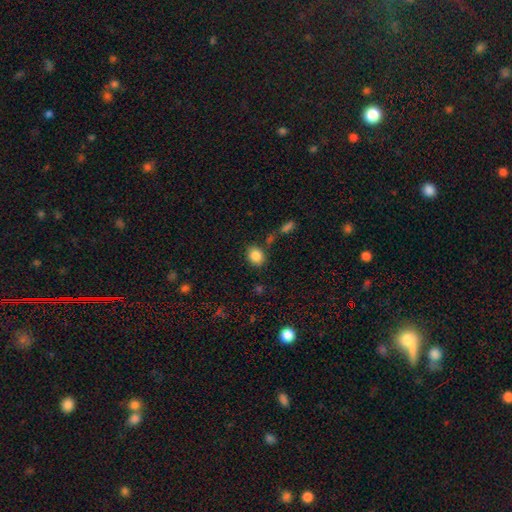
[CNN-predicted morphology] Smooth or featured?
  - smooth: 86% *
  - star or artifact: 9%
  - featured or disk: 5%
How rounded?
  - round: 59% *
  - in between: 40%
  - cigar-shaped: 1%
Merging?
  - none: 80% *
  - minor disturbance: 11%
  - merger: 5%
  - major disturbance: 3%